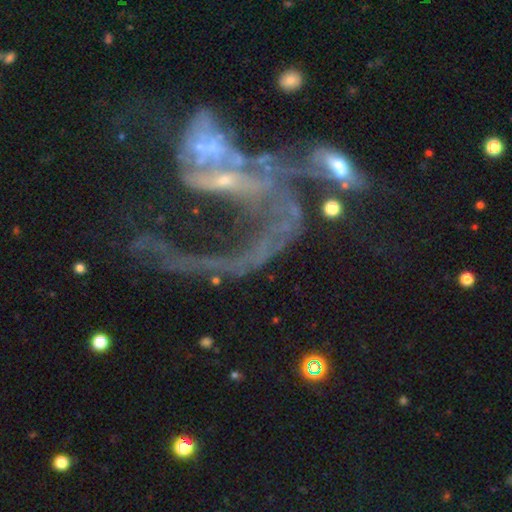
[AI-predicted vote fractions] This is likely a featured or disk galaxy (68%). It is clearly not viewed edge-on (93%). Bar: likely no (60%). Spiral arm pattern: possibly yes (58%). Central bulge: marginally small (44%). Merging: marginally merger (38%).